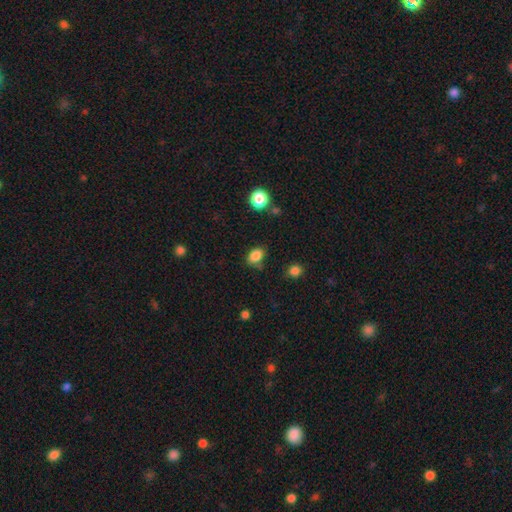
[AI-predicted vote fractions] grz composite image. It shows a smooth galaxy with no disk features (85%) that is in between round and cigar-shaped (77%). Merging: none (74%).